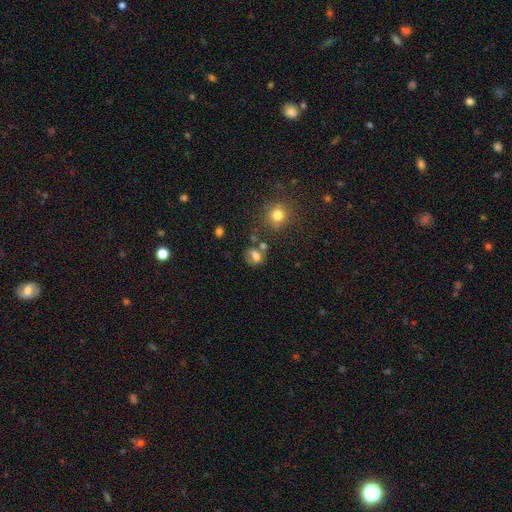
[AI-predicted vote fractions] smooth_or_featured: smooth (p=0.64) [alt: featured or disk p=0.20]
how_rounded: in between (p=0.56) [alt: round p=0.42]
merging: none (p=0.50) [alt: minor disturbance p=0.19]